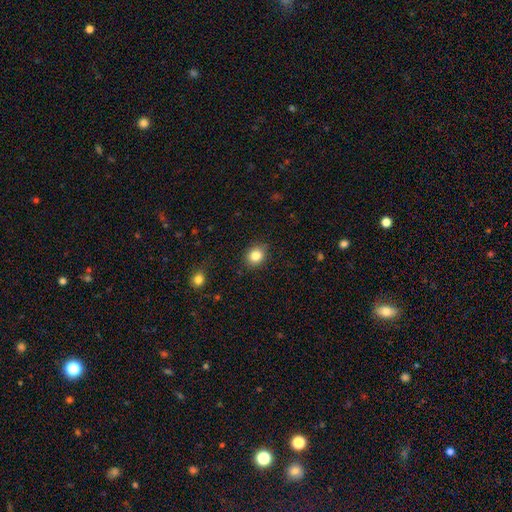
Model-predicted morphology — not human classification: A smooth galaxy with no disk features (84%) that is round (67%).

Vote fractions:
- Smooth or featured? smooth: 84% / star or artifact: 10% / featured or disk: 6%
- How rounded? round: 67% / in between: 32% / cigar-shaped: 1%
- Merging? none: 87% / minor disturbance: 9% / major disturbance: 2% / merger: 1%